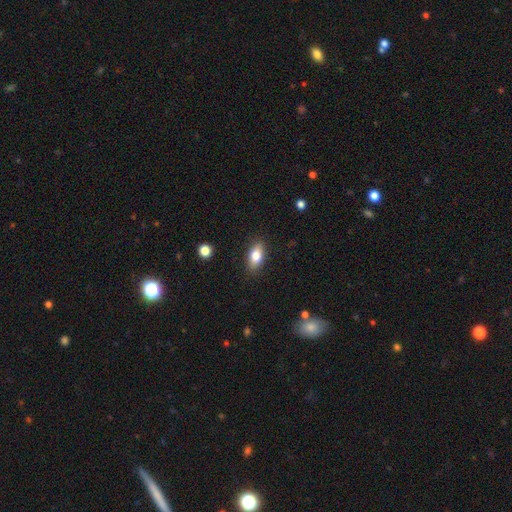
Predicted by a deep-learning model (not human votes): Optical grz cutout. It shows a smooth galaxy with no disk features (78%) that is in between round and cigar-shaped (86%). Merging: none (87%).